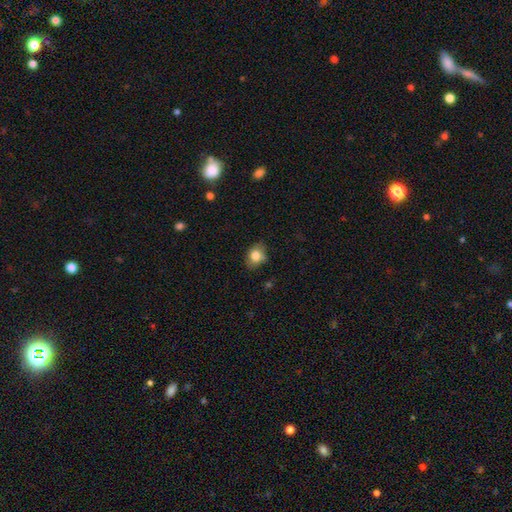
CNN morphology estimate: Smooth or featured? smooth (80%)
How rounded? in between (64%)
Merging? none (74%)